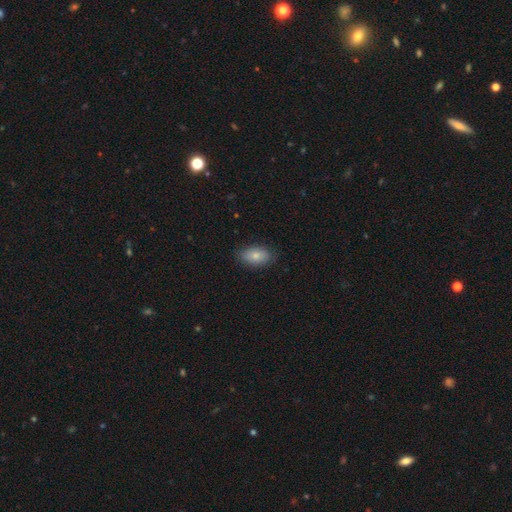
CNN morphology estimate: Smooth or featured: smooth — 80% (featured or disk — 13%)
How rounded: in between — 90% (round — 8%)
Merging: none — 83% (minor disturbance — 13%)